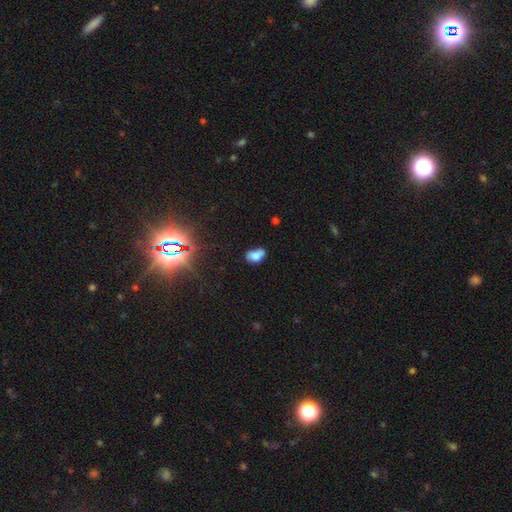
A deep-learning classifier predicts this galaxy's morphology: type=smooth (68%); roundness=in between (86%); merging=none (46%).